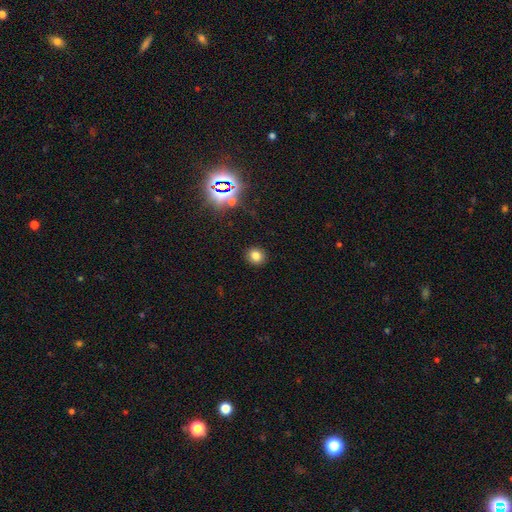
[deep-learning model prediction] Smooth or featured? Predicted: smooth (p=0.79). How rounded? Predicted: round (p=0.78). Merging? Predicted: none (p=0.91).